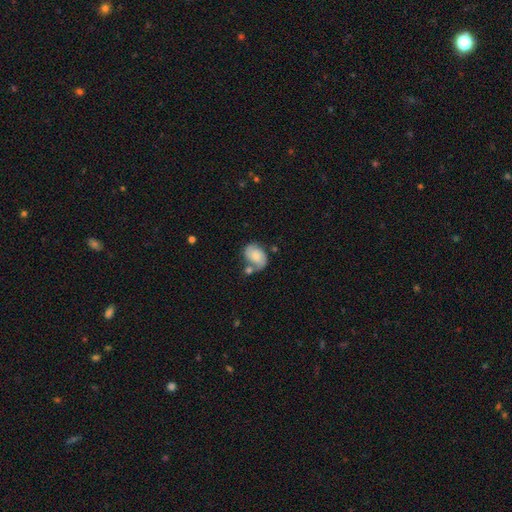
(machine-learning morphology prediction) smooth-or-featured: featured or disk: 47% | smooth: 46% | star or artifact: 7%
  merging: none: 47% | merger: 24% | minor disturbance: 21% | major disturbance: 8%